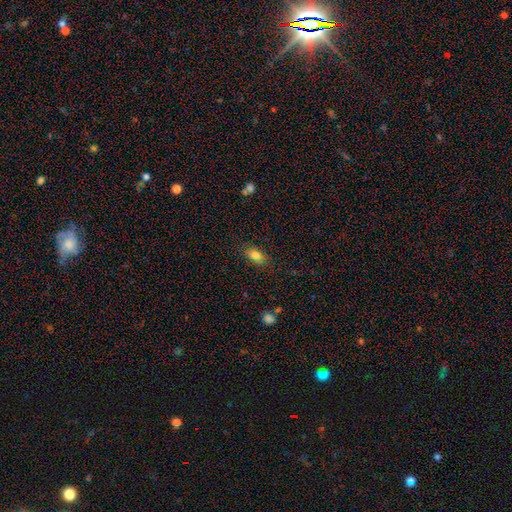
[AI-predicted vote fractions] A smooth galaxy with no disk features (82%) that is in between round and cigar-shaped (85%). Merging: none (83%).